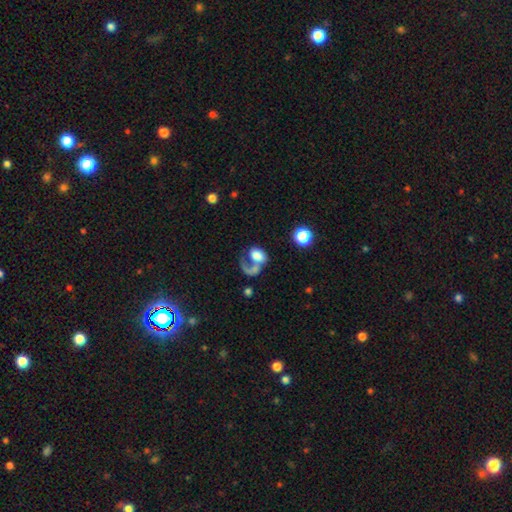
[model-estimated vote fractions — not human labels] smooth_or_featured: smooth (p=0.49) [alt: featured or disk p=0.41]
merging: merger (p=0.37) [alt: major disturbance p=0.31]